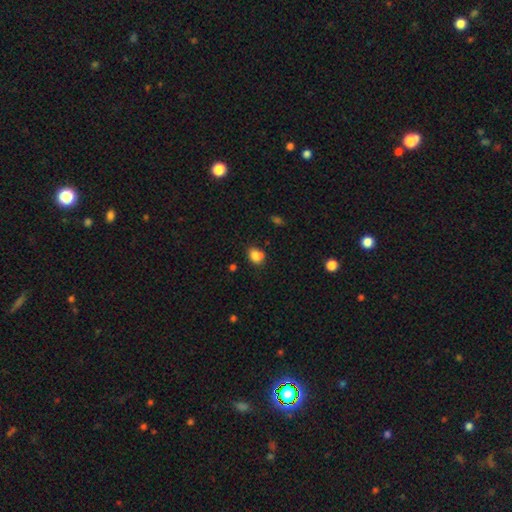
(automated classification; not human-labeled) This is clearly a smooth galaxy (80%). How rounded: possibly in between (50%). Merging: possibly none (52%).